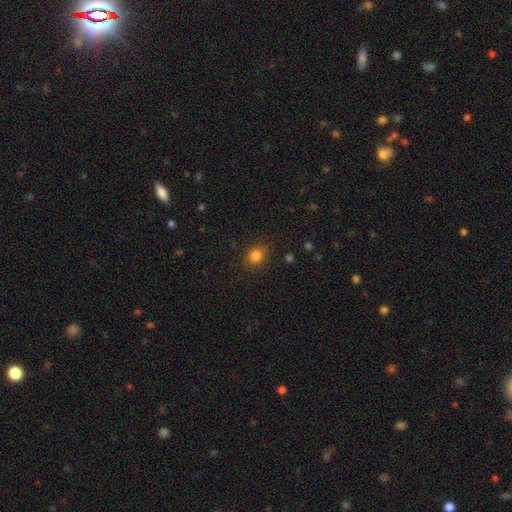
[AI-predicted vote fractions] smooth-or-featured: smooth: 82% | star or artifact: 12% | featured or disk: 5%
  how-rounded: round: 68% | in between: 31% | cigar-shaped: 1%
  merging: none: 85% | minor disturbance: 11% | major disturbance: 3% | merger: 1%